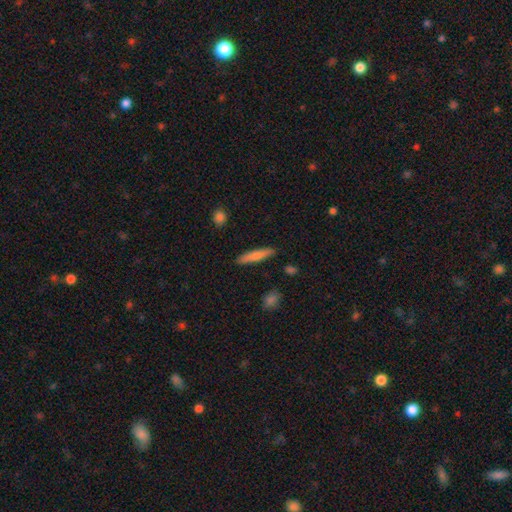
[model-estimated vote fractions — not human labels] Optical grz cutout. It shows a smooth galaxy with no disk features (71%) that is cigar-shaped (86%). Merging: none (89%).